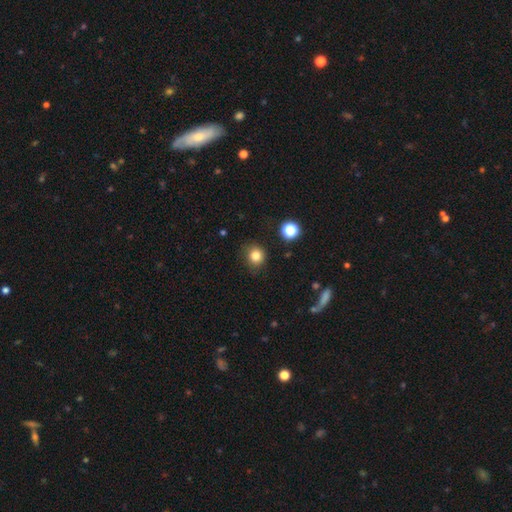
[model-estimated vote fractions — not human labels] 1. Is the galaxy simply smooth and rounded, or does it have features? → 82% smooth, 12% star or artifact, 5% featured or disk.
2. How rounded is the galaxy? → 83% round, 16% in between, 1% cigar-shaped.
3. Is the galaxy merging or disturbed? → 82% none, 12% minor disturbance, 3% major disturbance, 2% merger.